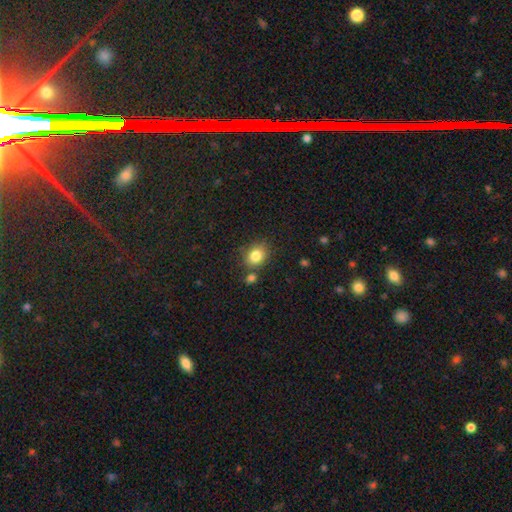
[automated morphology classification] A smooth galaxy with no disk features (83%) that is round (53%). Merging: none (72%).